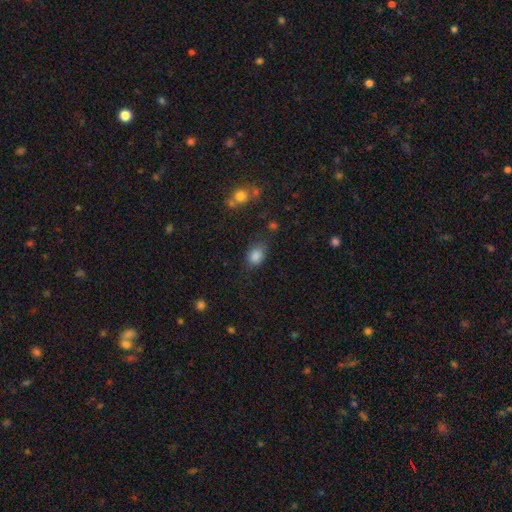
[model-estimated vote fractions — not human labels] This is clearly a smooth galaxy (84%). How rounded: likely in between (63%). Merging: likely none (62%).